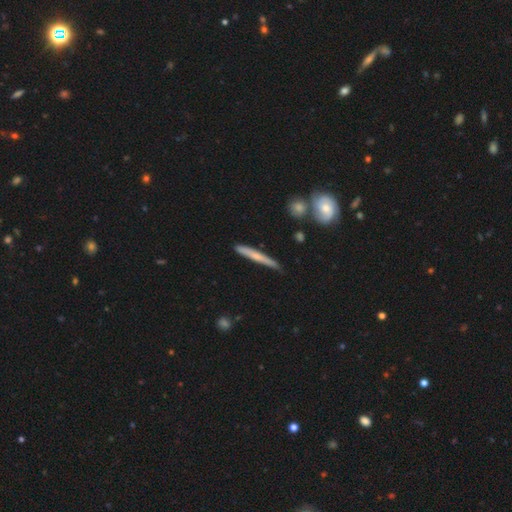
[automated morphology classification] type=smooth (51%); roundness=cigar-shaped (95%); merging=none (82%).